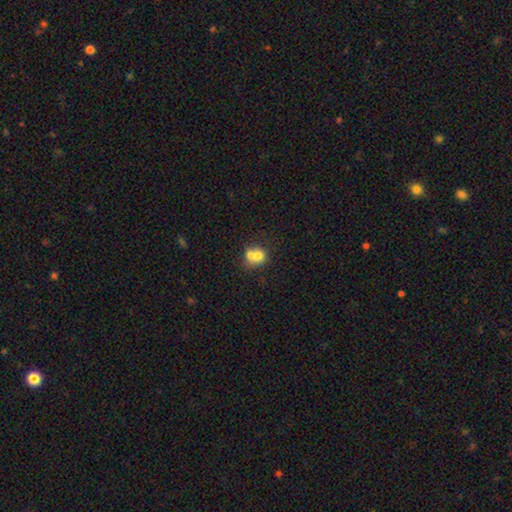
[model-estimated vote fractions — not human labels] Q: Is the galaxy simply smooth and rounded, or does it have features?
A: smooth — 69%.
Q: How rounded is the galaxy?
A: round — 72%.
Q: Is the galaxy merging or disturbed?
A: merger — 63%.